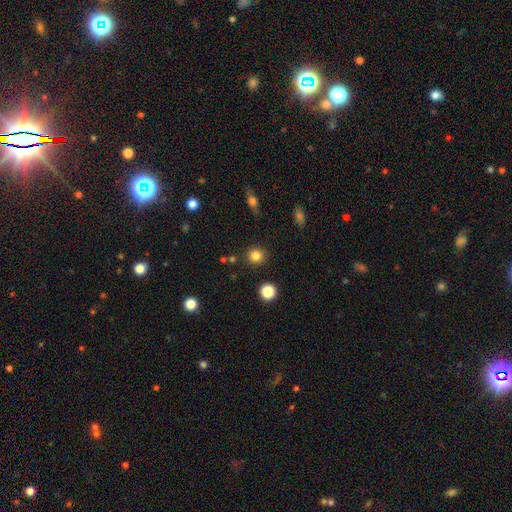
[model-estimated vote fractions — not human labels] The model was most divided on "smooth or featured": smooth: 83%, star or artifact: 12%, featured or disk: 5%. More confident: how rounded — round (89%); merging — none (88%).